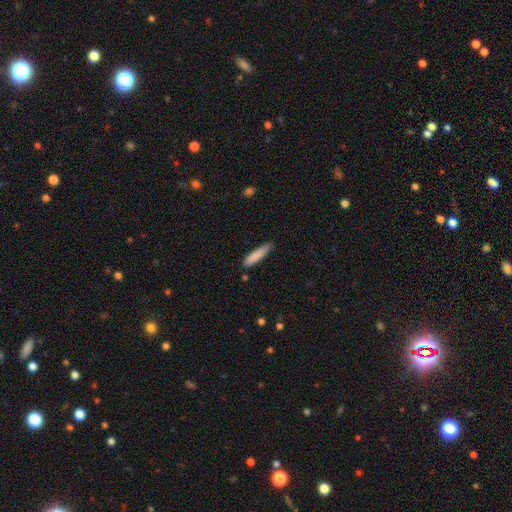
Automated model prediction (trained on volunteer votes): Overall: smooth (84%). How rounded: cigar-shaped (85%). Merging: none (78%).